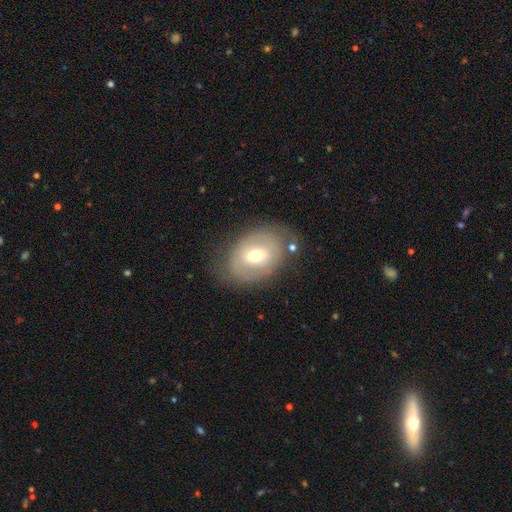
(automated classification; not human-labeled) Smooth or featured: featured or disk — 49% (smooth — 44%)
Merging: none — 71% (minor disturbance — 18%)